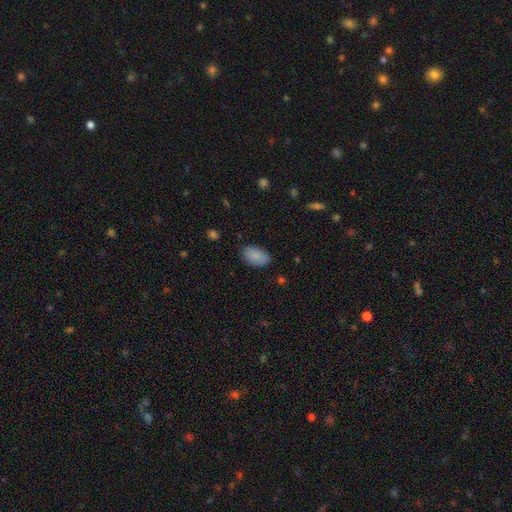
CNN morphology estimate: Smooth or featured? smooth (87%)
How rounded? in between (93%)
Merging? none (81%)